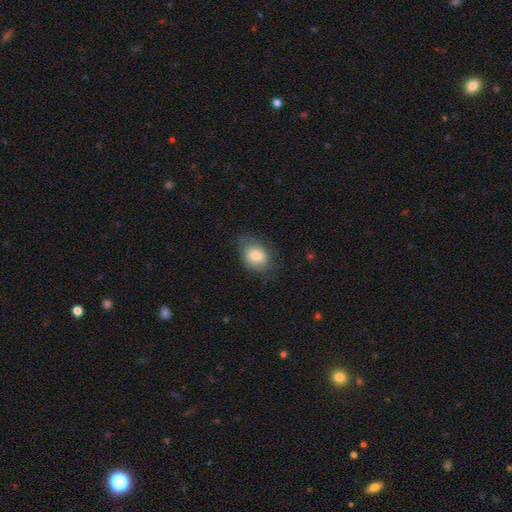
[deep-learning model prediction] smooth 73%, featured or disk 20%, star or artifact 7%. Down the decision tree: how rounded — in between (73%); merging — none (60%).